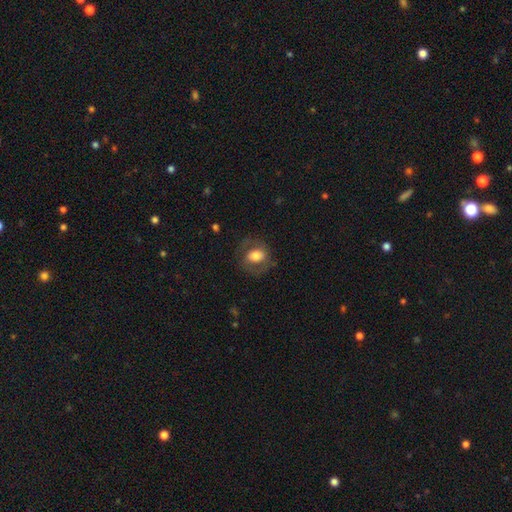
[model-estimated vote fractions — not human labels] Smooth or featured? smooth (58%)
How rounded? in between (55%)
Merging? none (70%)